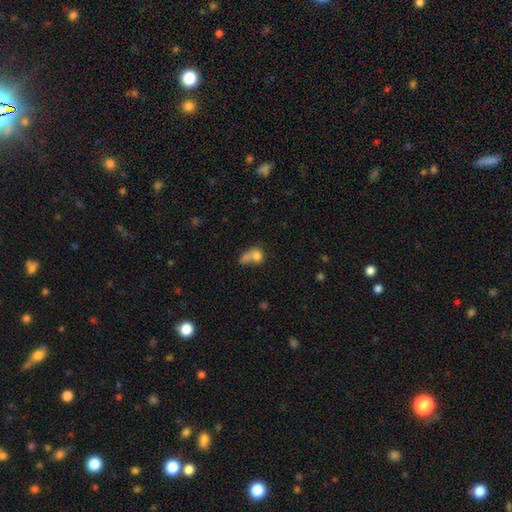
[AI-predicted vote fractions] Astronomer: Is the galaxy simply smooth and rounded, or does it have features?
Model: smooth — 73%.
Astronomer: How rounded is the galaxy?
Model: in between — 52% (runner-up: round, 45%).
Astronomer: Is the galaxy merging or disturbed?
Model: merger — 48%.